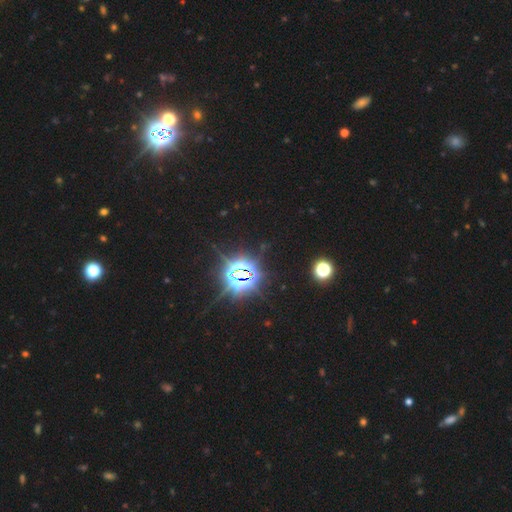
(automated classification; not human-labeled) This appears to be a star or artifact, not a galaxy (84%).